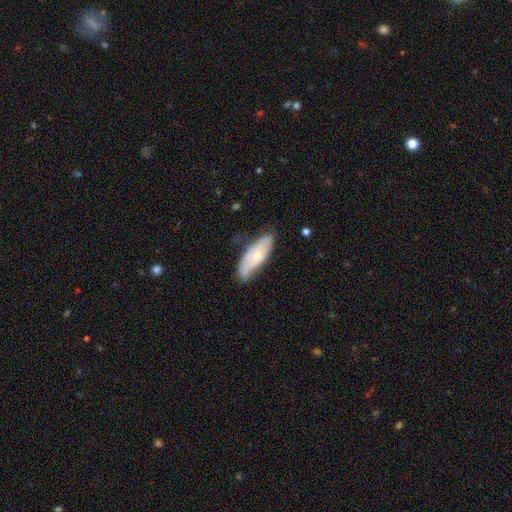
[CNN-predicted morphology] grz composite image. It shows a smooth galaxy with no disk features (48%). Merging: none (62%).